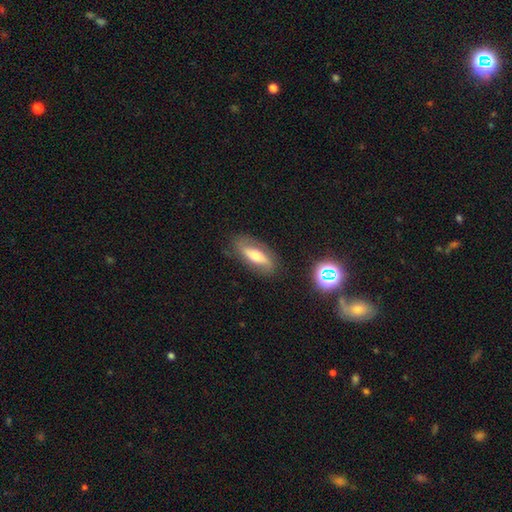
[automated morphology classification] type=featured or disk (55%); edge-on=no (67%); merging=none (78%).